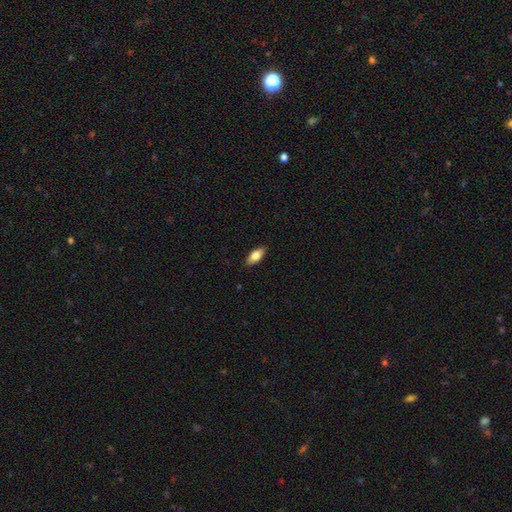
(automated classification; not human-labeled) Smooth or featured? smooth (78%)
How rounded? in between (84%)
Merging? none (87%)